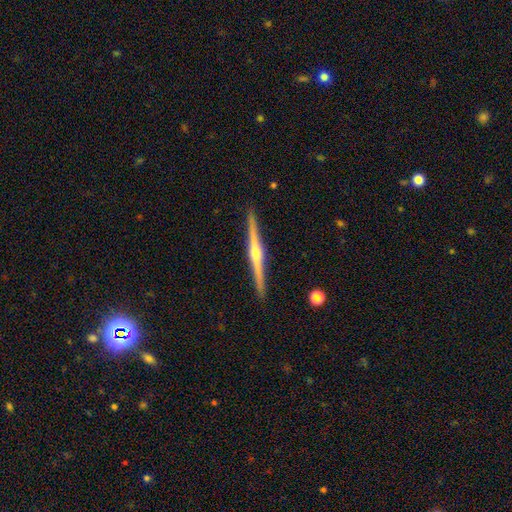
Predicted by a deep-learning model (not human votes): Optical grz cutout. It shows a featured or disk galaxy (80%) viewed edge-on (99%) with a rounded central bulge (86%). Merging: none (91%).